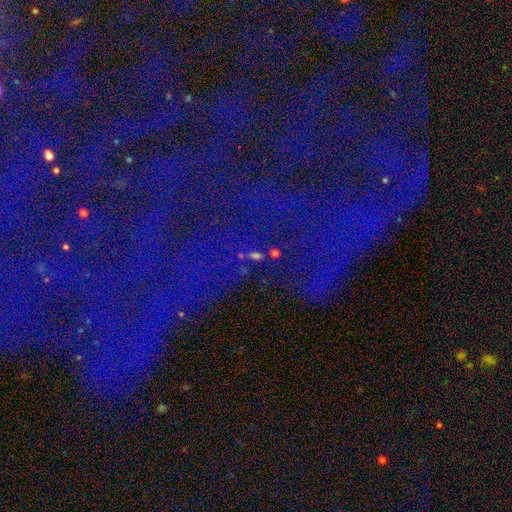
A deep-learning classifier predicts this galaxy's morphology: Overall: star or artifact (61%; smooth 26%).